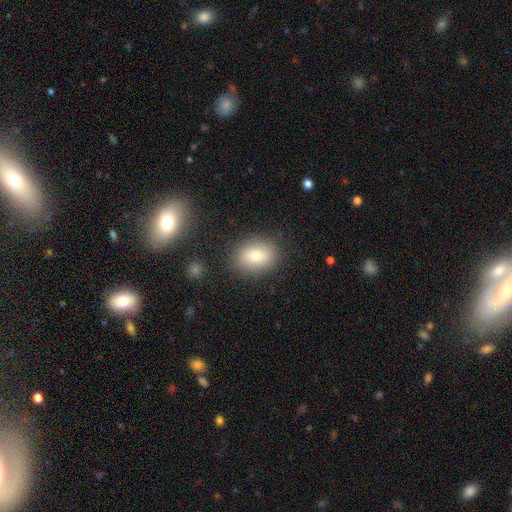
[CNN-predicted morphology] smooth 81%, featured or disk 10%, star or artifact 9%. Down the decision tree: how rounded — in between (62%); merging — none (83%).